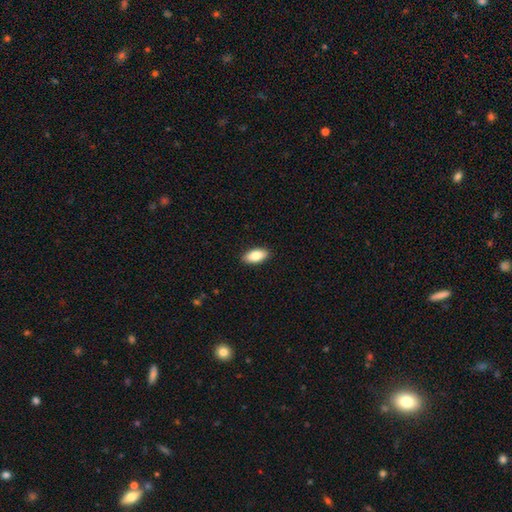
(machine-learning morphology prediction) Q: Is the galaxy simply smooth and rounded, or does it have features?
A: smooth — 84%.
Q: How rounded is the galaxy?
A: in between — 91%.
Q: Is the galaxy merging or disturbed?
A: none — 90%.